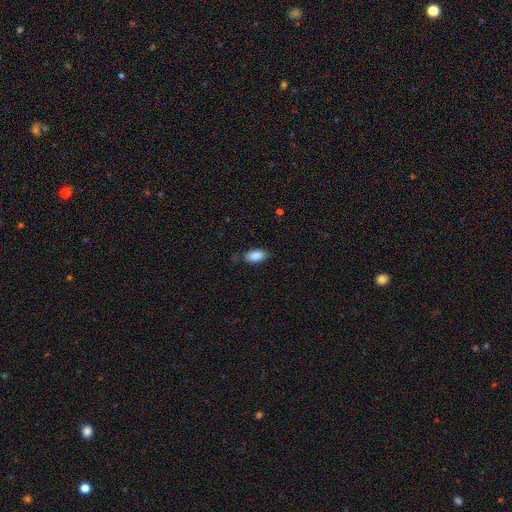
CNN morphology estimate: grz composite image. It shows a smooth galaxy with no disk features (89%) that is in between round and cigar-shaped (92%). Merging: none (79%).